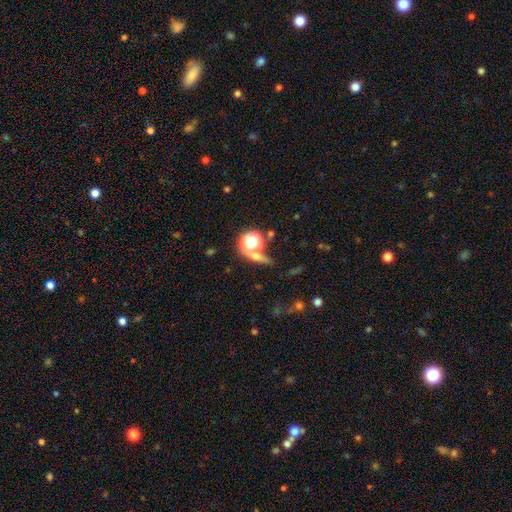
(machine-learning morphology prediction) Smooth or featured? Predicted: smooth (p=0.51). How rounded? Predicted: round (p=0.59). Merging? Predicted: none (p=0.62).